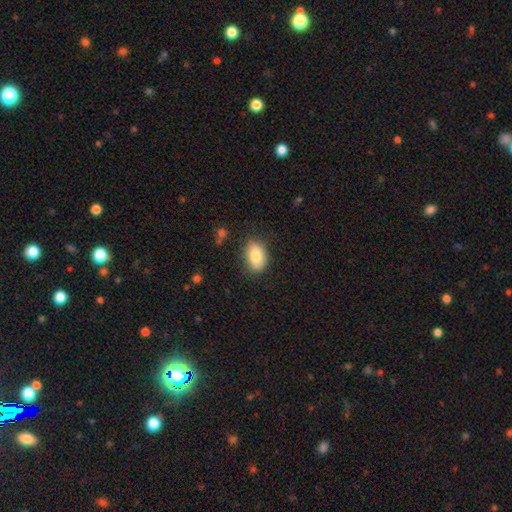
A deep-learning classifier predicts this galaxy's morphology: A smooth galaxy with no disk features (82%) that is in between round and cigar-shaped (84%). Merging: none (82%).